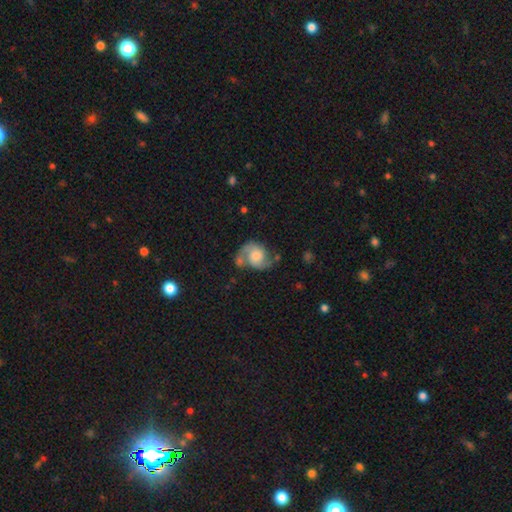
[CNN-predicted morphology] Smooth or featured? Predicted: featured or disk (p=0.77). Edge-on disk? Predicted: no (p=0.98). Bar? Predicted: no (p=0.67). Spiral arms? Predicted: yes (p=0.94). Spiral winding? Predicted: medium (p=0.50). Spiral arm count? Predicted: 2 (p=0.89). Bulge size? Predicted: moderate (p=0.39). Merging? Predicted: none (p=0.55).